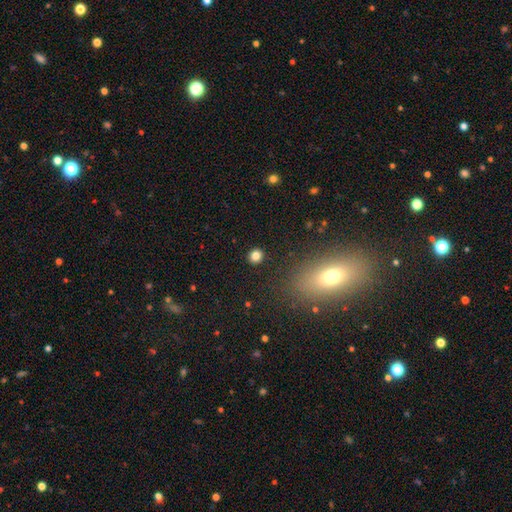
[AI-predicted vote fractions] Smooth or featured?
  - smooth: 82% *
  - star or artifact: 13%
  - featured or disk: 5%
How rounded?
  - round: 84% *
  - in between: 15%
  - cigar-shaped: 1%
Merging?
  - none: 91% *
  - minor disturbance: 5%
  - major disturbance: 2%
  - merger: 1%